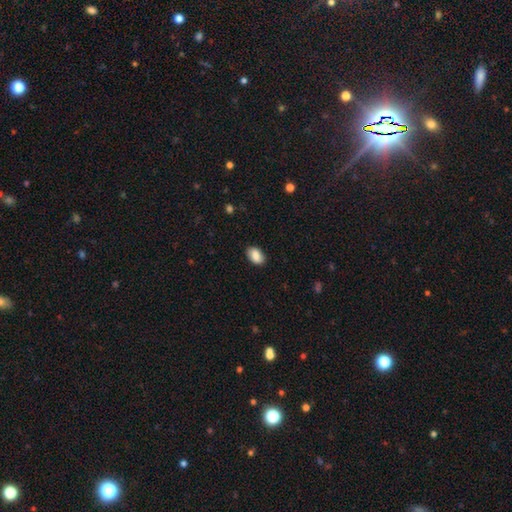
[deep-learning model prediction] This appears to be a smooth galaxy with no disk features (86%) that is in between round and cigar-shaped (91%). Merging: none (87%).